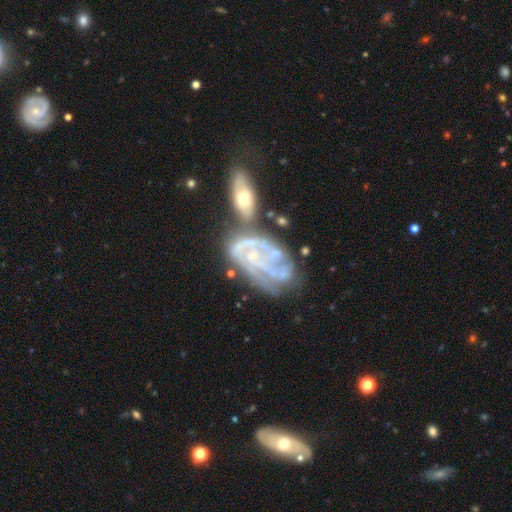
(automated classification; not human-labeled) This appears to be a featured or disk galaxy (82%) with no bar (66%), tight (50%) spiral arms (86%) and a small central bulge (62%). Merging: none (34%).